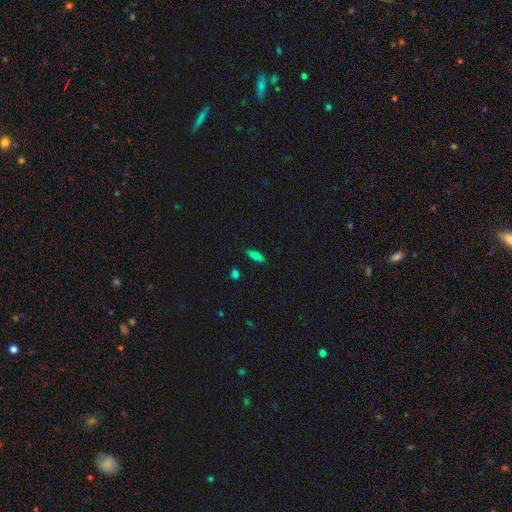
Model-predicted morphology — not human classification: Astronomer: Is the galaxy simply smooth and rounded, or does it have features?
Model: smooth — 76%.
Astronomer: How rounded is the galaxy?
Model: in between — 68%.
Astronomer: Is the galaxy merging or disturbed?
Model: none — 83%.